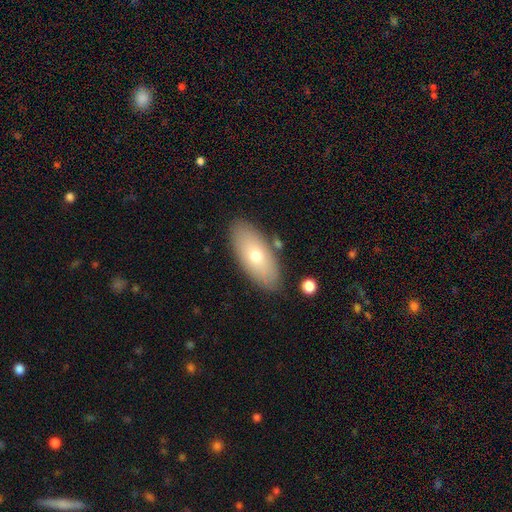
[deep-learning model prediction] Smooth or featured?
  - smooth: 68% *
  - featured or disk: 25%
  - star or artifact: 7%
How rounded?
  - in between: 87% *
  - cigar-shaped: 10%
  - round: 3%
Merging?
  - none: 83% *
  - minor disturbance: 11%
  - merger: 3%
  - major disturbance: 3%